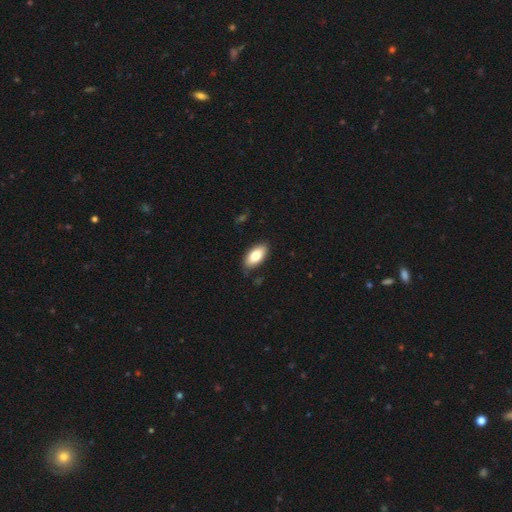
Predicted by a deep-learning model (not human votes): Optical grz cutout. It shows a smooth galaxy with no disk features (80%) that is in between round and cigar-shaped (91%). Merging: none (85%).